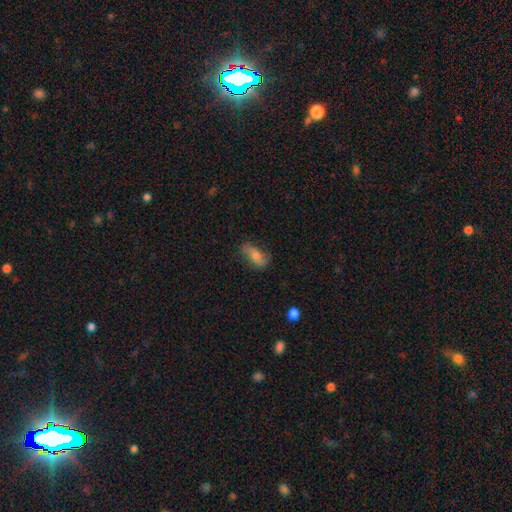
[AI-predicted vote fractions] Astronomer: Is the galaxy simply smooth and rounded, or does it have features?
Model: smooth — 51% (runner-up: featured or disk, 39%).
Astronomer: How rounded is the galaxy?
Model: in between — 80%.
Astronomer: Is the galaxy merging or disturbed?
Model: none — 67%.